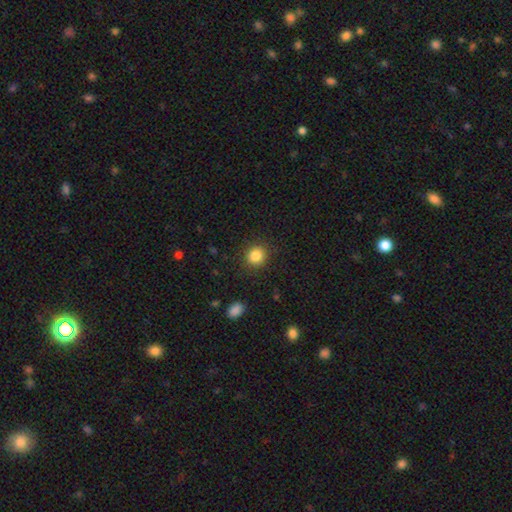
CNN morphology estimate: Smooth or featured?
  - smooth: 85% *
  - star or artifact: 11%
  - featured or disk: 4%
How rounded?
  - round: 86% *
  - in between: 13%
  - cigar-shaped: 1%
Merging?
  - none: 89% *
  - minor disturbance: 7%
  - major disturbance: 3%
  - merger: 1%